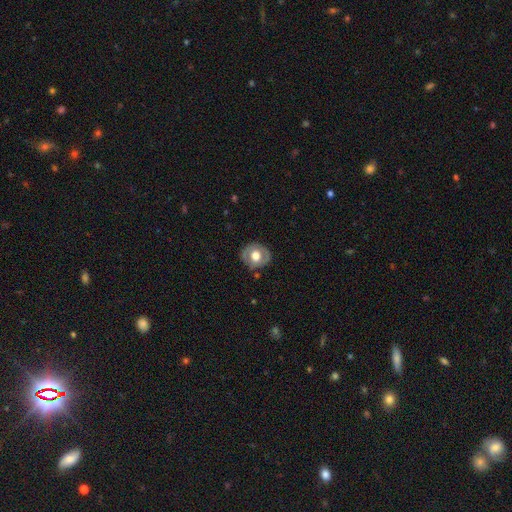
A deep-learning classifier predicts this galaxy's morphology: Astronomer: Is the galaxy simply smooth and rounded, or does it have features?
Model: smooth — 50% (runner-up: featured or disk, 44%).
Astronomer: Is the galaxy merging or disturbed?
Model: none — 80%.